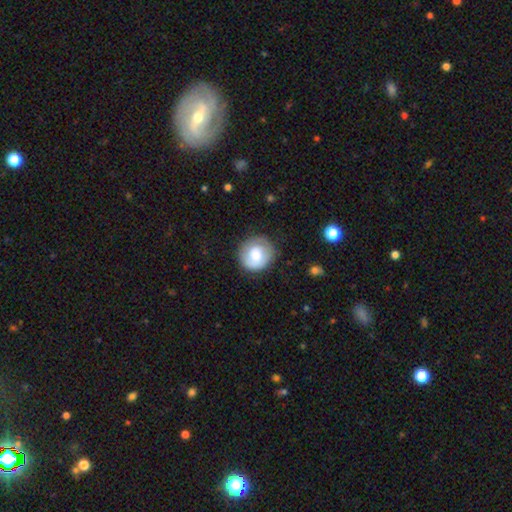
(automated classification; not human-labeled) Smooth or featured?
  - smooth: 65% *
  - featured or disk: 29%
  - star or artifact: 7%
How rounded?
  - round: 88% *
  - in between: 11%
  - cigar-shaped: 1%
Merging?
  - none: 76% *
  - minor disturbance: 17%
  - major disturbance: 6%
  - merger: 1%